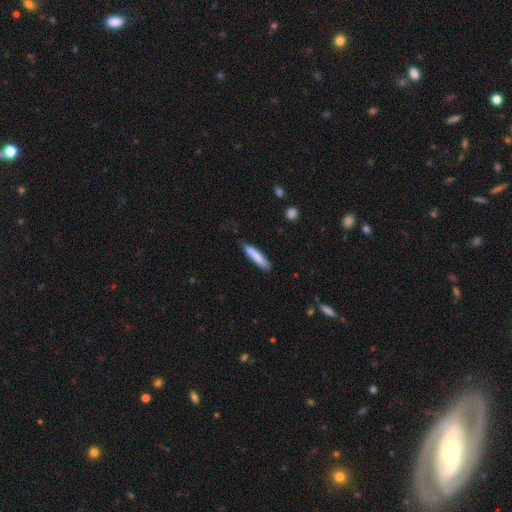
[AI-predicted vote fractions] Overall: smooth (78%). How rounded: cigar-shaped (89%). Merging: none (76%).